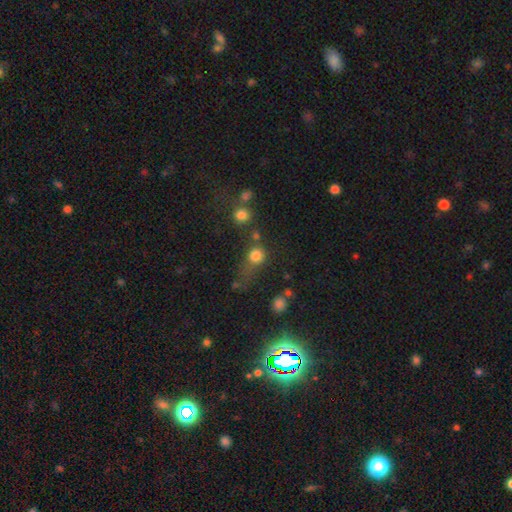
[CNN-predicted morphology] Overall: smooth (78%). How rounded: round (83%). Merging: none (49%; minor disturbance 18%).